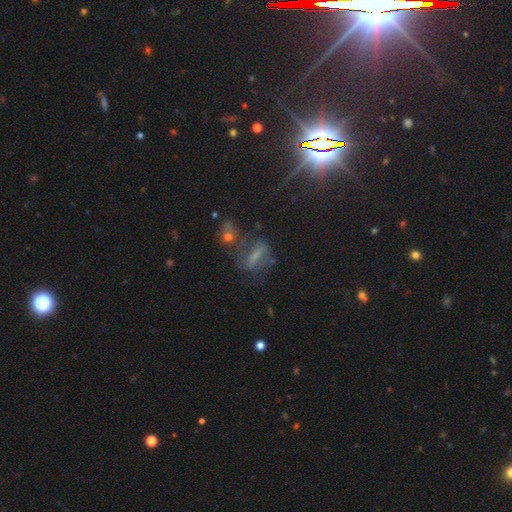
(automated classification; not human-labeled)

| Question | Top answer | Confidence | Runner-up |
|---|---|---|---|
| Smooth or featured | featured or disk | 38% | smooth (37%) |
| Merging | none | 51% | minor disturbance (19%) |